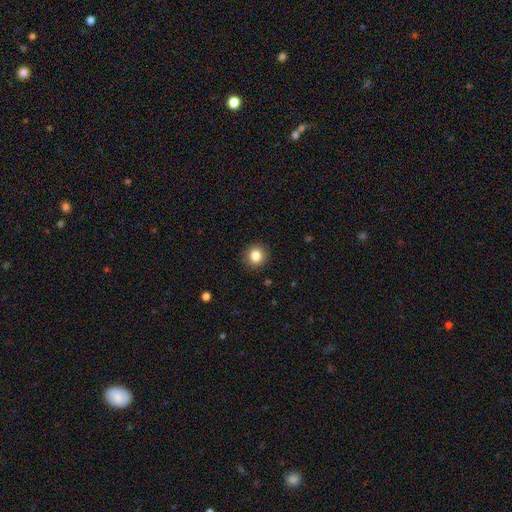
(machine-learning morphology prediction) This is clearly a smooth galaxy (84%). How rounded: clearly round (91%). Merging: clearly none (91%).